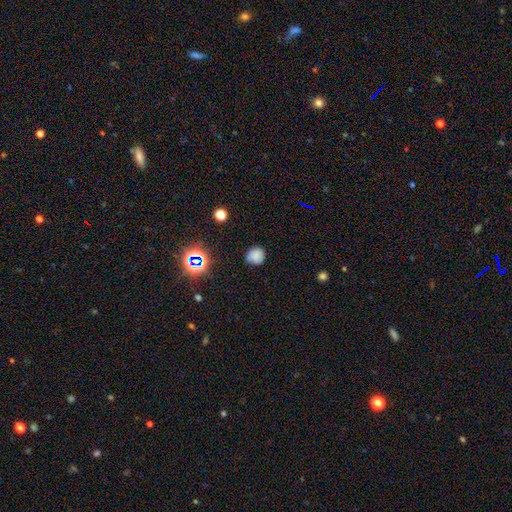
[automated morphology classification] smooth-or-featured: smooth: 73% | star or artifact: 16% | featured or disk: 10%
  how-rounded: round: 86% | in between: 13% | cigar-shaped: 1%
  merging: none: 76% | minor disturbance: 18% | major disturbance: 4% | merger: 2%